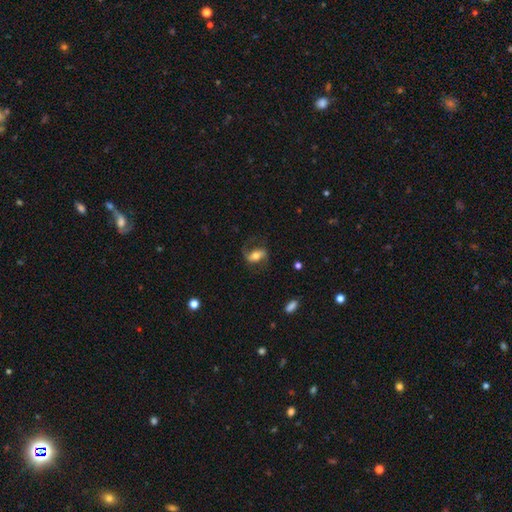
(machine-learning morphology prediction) This appears to be a featured or disk galaxy (59%) with a strong bar (41%), spiral arms (85%) and a moderate central bulge (63%). Merging: none (64%).